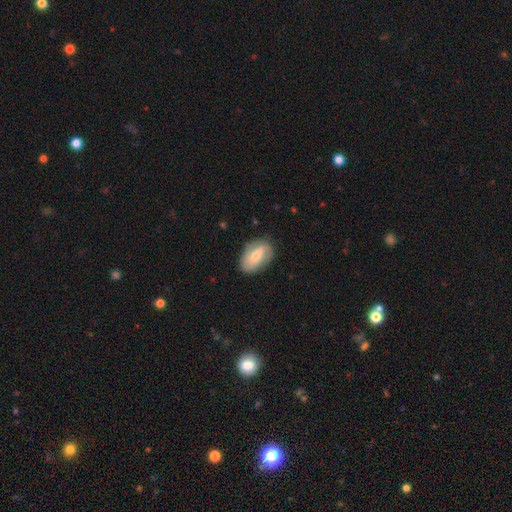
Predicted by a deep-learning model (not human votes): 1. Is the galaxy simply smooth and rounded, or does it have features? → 49% smooth, 44% featured or disk, 7% star or artifact.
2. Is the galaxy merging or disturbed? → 75% none, 19% minor disturbance, 5% major disturbance, 1% merger.